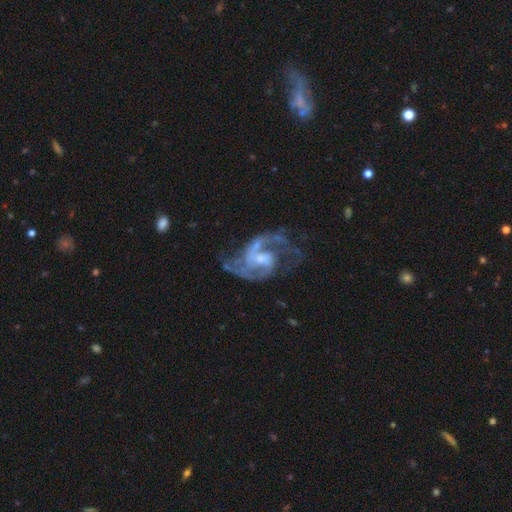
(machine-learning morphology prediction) Q: Smooth or featured?
A: featured or disk (89%); runner-up: star or artifact (7%)
Q: Edge-on disk?
A: no (98%); runner-up: yes (2%)
Q: Bar?
A: weak (51%); runner-up: no (32%)
Q: Spiral arms?
A: yes (96%); runner-up: no (4%)
Q: Spiral winding?
A: medium (54%); runner-up: loose (28%)
Q: Spiral arm count?
A: 2 (74%); runner-up: 3 (9%)
Q: Bulge size?
A: small (46%); runner-up: moderate (36%)
Q: Merging?
A: none (55%); runner-up: major disturbance (22%)